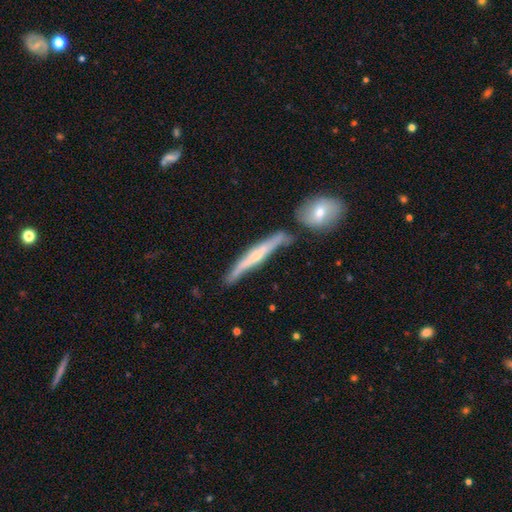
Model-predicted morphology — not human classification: type=featured or disk (65%); edge-on=yes (93%); edge-on bulge=rounded (59%); merging=none (65%).